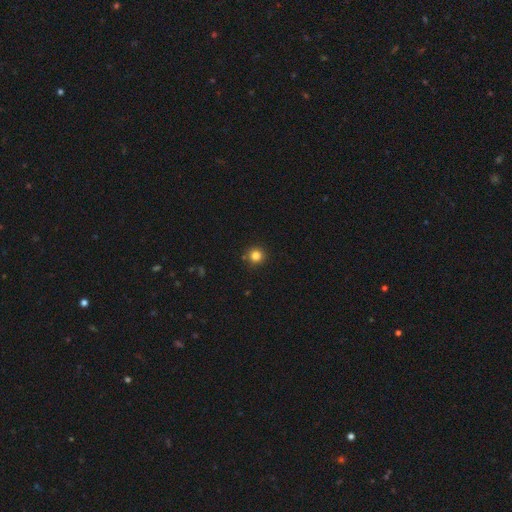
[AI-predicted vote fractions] smooth-or-featured: smooth: 82% | star or artifact: 13% | featured or disk: 5%
  how-rounded: round: 95% | in between: 4% | cigar-shaped: 1%
  merging: none: 89% | minor disturbance: 6% | merger: 3% | major disturbance: 2%